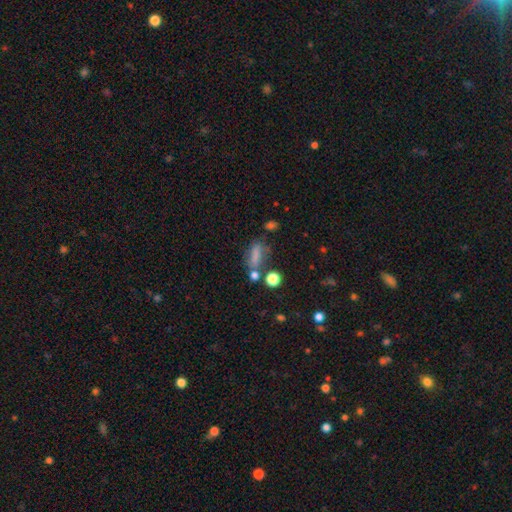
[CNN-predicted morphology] Smooth or featured? smooth (71%)
How rounded? in between (56%)
Merging? none (50%)